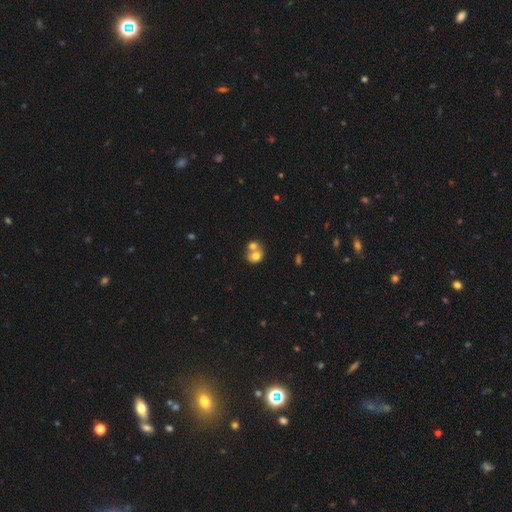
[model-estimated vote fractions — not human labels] smooth_or_featured: smooth (p=0.71) [alt: featured or disk p=0.19]
how_rounded: round (p=0.59) [alt: in between p=0.40]
merging: merger (p=0.64) [alt: none p=0.25]